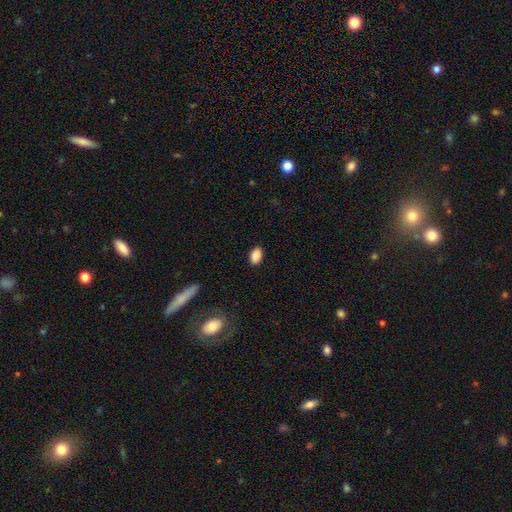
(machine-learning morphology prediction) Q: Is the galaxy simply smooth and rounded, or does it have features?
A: smooth — 88%.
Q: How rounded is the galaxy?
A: in between — 90%.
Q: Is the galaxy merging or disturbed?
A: none — 88%.